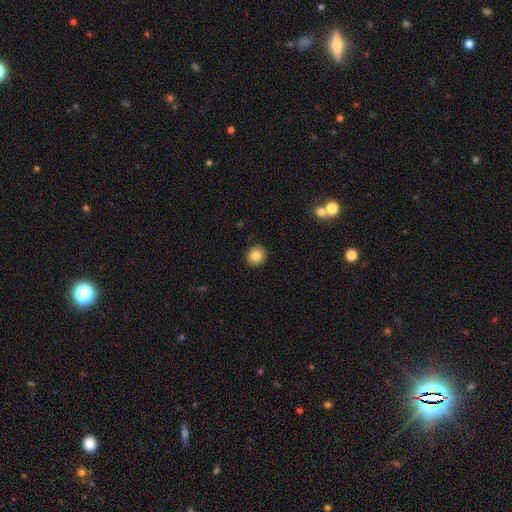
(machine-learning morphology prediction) Overall: smooth (83%). How rounded: round (89%). Merging: none (91%).